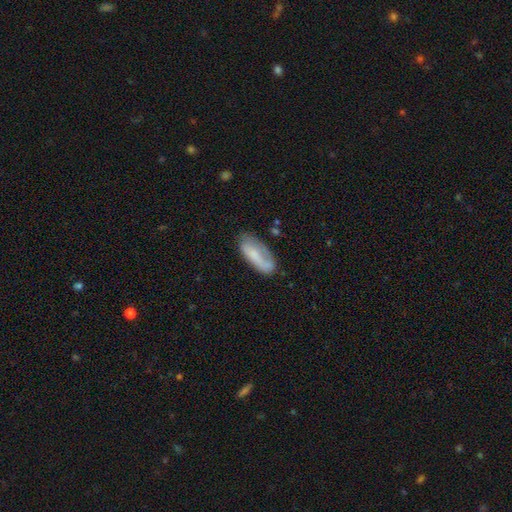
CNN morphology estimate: Overall: smooth (62%; featured or disk 31%). How rounded: in between (79%). Merging: none (54%; minor disturbance 28%).